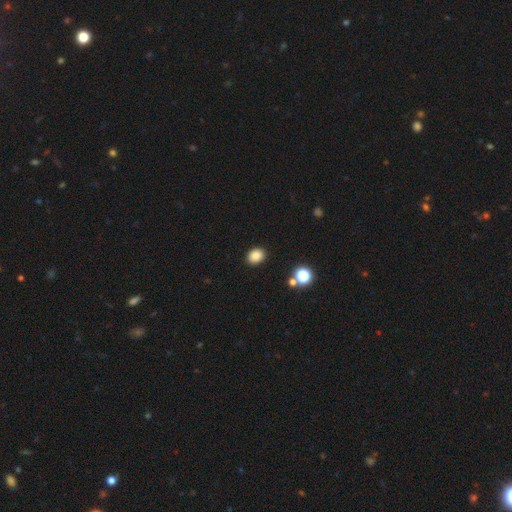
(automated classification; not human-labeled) Smooth or featured: smooth — 85% (star or artifact — 11%)
How rounded: in between — 57% (round — 42%)
Merging: none — 89% (minor disturbance — 7%)